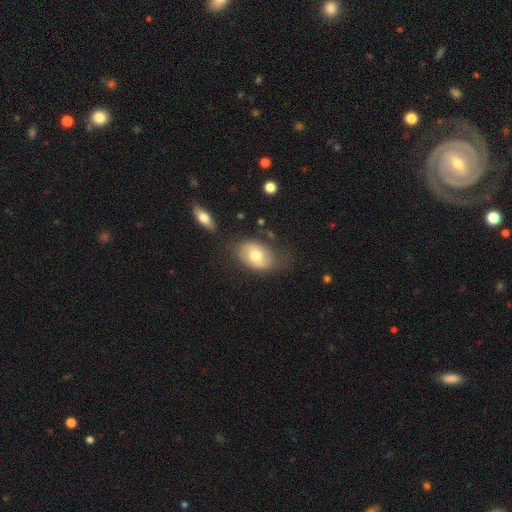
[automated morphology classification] A smooth galaxy with no disk features (60%) that is in between round and cigar-shaped (84%). Merging: none (67%).